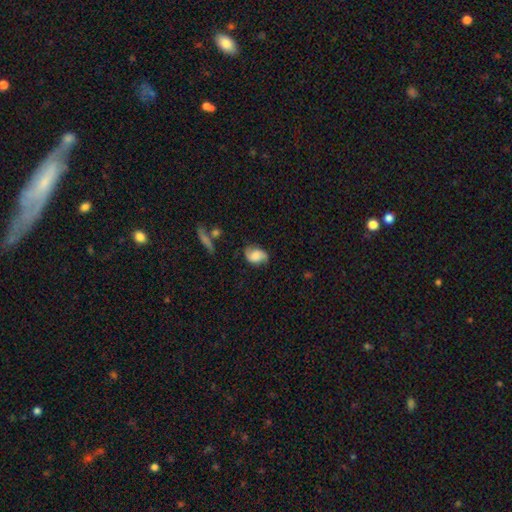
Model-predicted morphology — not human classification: This appears to be a smooth galaxy with no disk features (53%) that is in between round and cigar-shaped (77%). Merging: none (64%).